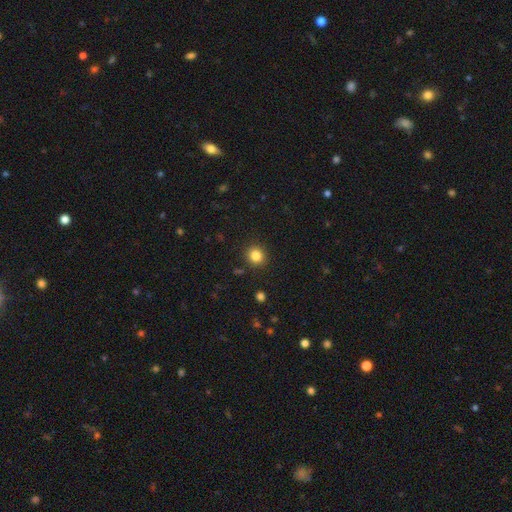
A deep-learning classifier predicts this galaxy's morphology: Smooth or featured?
  - smooth: 83% *
  - star or artifact: 12%
  - featured or disk: 5%
How rounded?
  - round: 87% *
  - in between: 13%
  - cigar-shaped: 1%
Merging?
  - none: 90% *
  - minor disturbance: 6%
  - major disturbance: 2%
  - merger: 2%